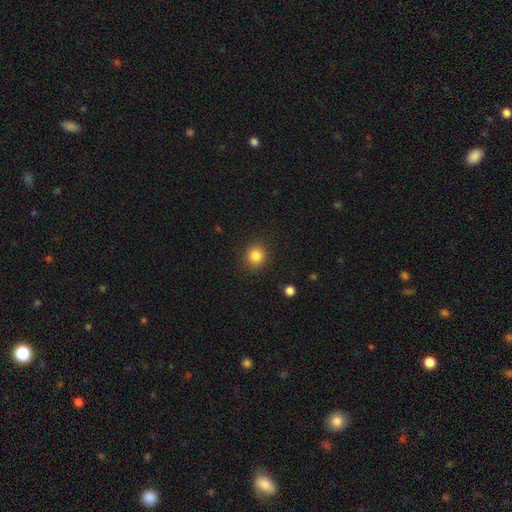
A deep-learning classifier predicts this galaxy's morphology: Smooth or featured? Predicted: smooth (p=0.84). How rounded? Predicted: round (p=0.88). Merging? Predicted: none (p=0.89).